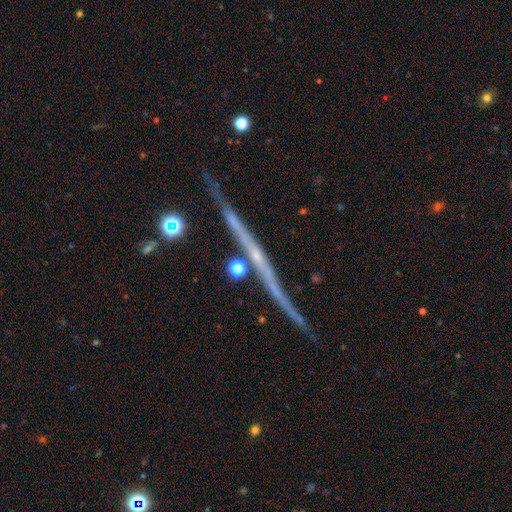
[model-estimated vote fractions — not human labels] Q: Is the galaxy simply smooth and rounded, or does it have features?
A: featured or disk — 77%.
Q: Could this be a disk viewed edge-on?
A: yes — 97%.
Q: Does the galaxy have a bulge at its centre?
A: none — 64%.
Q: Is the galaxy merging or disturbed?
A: none — 84%.